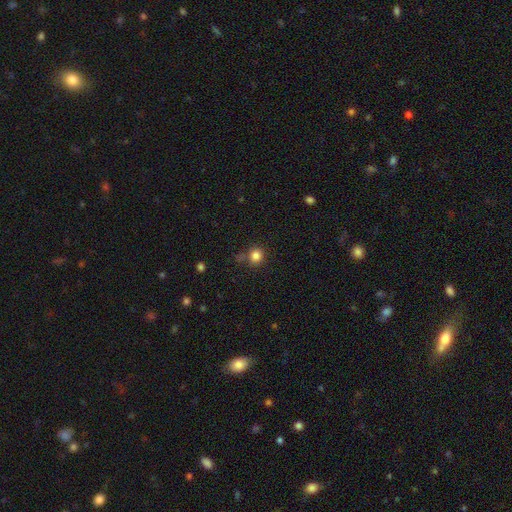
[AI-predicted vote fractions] Smooth or featured? Predicted: smooth (p=0.83). How rounded? Predicted: round (p=0.88). Merging? Predicted: none (p=0.76).